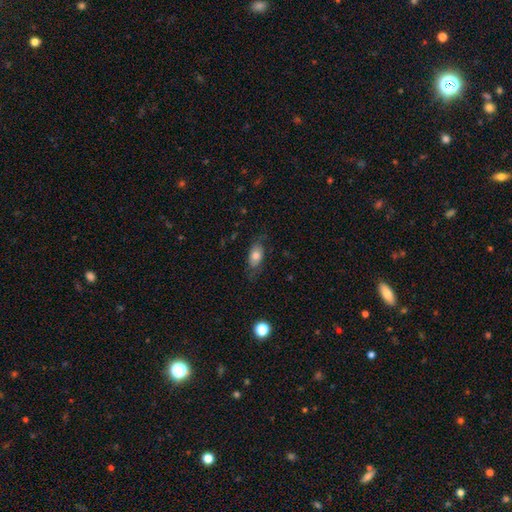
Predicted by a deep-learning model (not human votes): Smooth or featured? Predicted: smooth (p=0.71). How rounded? Predicted: in between (p=0.88). Merging? Predicted: none (p=0.69).